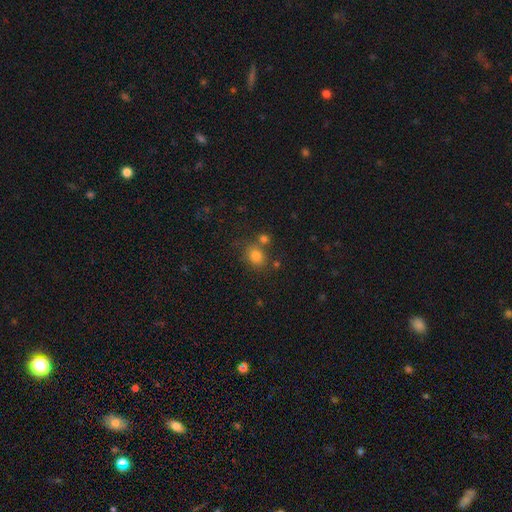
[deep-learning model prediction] A smooth galaxy with no disk features (80%) that is round (59%).

Vote fractions:
- Smooth or featured? smooth: 80% / star or artifact: 13% / featured or disk: 7%
- How rounded? round: 59% / in between: 40% / cigar-shaped: 1%
- Merging? none: 65% / merger: 18% / minor disturbance: 12% / major disturbance: 4%